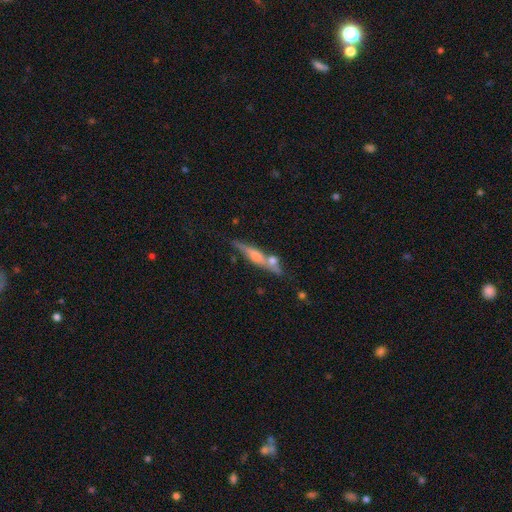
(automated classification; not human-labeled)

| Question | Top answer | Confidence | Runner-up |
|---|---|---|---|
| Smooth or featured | featured or disk | 62% | smooth (30%) |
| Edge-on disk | yes | 92% | no (8%) |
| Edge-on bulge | rounded | 70% | boxy (16%) |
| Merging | none | 64% | merger (16%) |